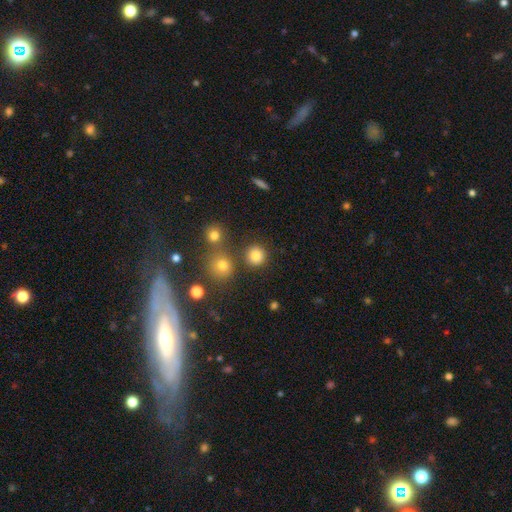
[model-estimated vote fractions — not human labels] Smooth or featured: smooth — 82% (star or artifact — 13%)
How rounded: round — 93% (in between — 6%)
Merging: none — 84% (minor disturbance — 7%)